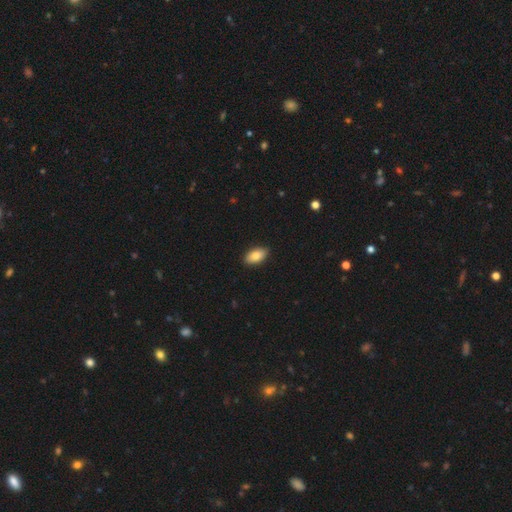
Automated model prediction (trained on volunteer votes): A smooth galaxy with no disk features (84%) that is in between round and cigar-shaped (93%). Merging: none (90%).